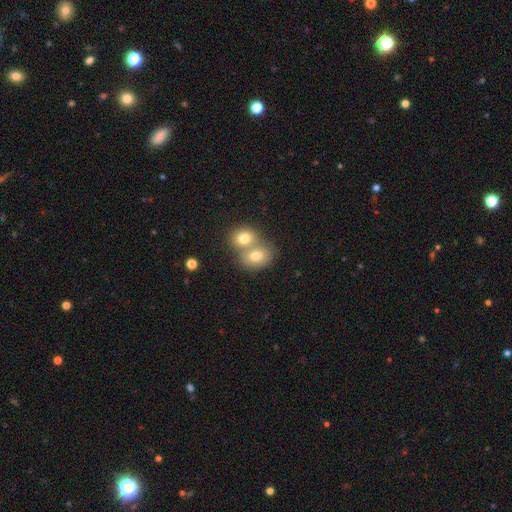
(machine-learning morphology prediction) A smooth galaxy with no disk features (75%) that is in between round and cigar-shaped (52%).

Vote fractions:
- Smooth or featured? smooth: 75% / featured or disk: 16% / star or artifact: 9%
- How rounded? in between: 52% / round: 47% / cigar-shaped: 1%
- Merging? merger: 61% / none: 29% / minor disturbance: 7% / major disturbance: 3%